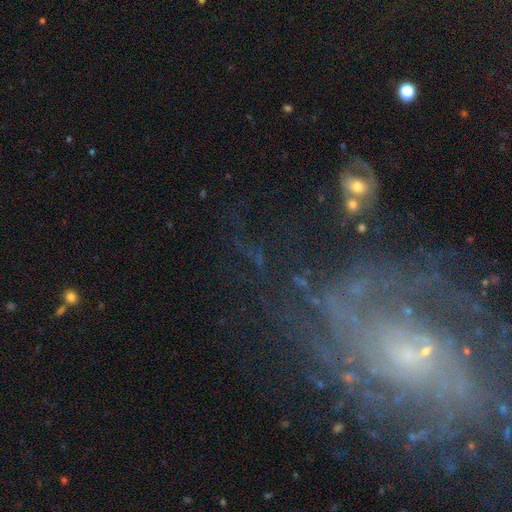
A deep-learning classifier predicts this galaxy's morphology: The model was most divided on "bar": no: 59%, weak: 26%, strong: 15%. More confident: edge-on disk — no (93%); spiral arms — yes (78%); smooth or featured — featured or disk (60%); merging — none (60%); bulge size — small (59%).